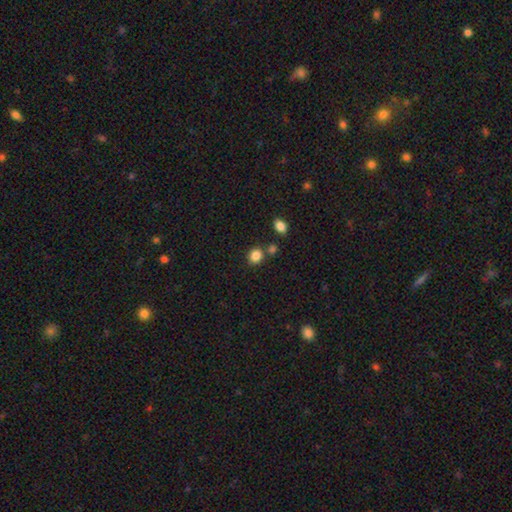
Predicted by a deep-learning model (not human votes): Smooth or featured? smooth (85%)
How rounded? round (72%)
Merging? none (76%)